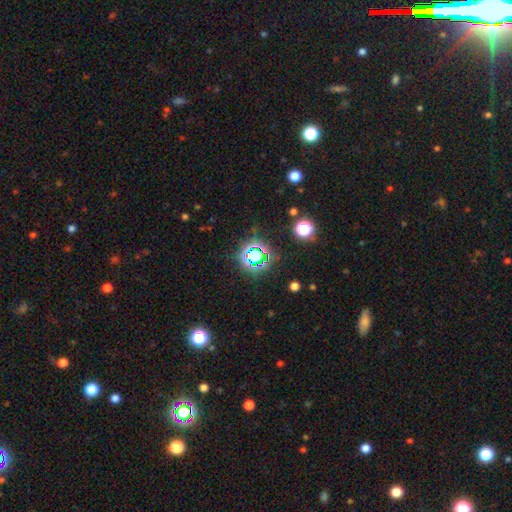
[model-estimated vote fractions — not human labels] This is likely a star or artifact rather than a galaxy (69%).